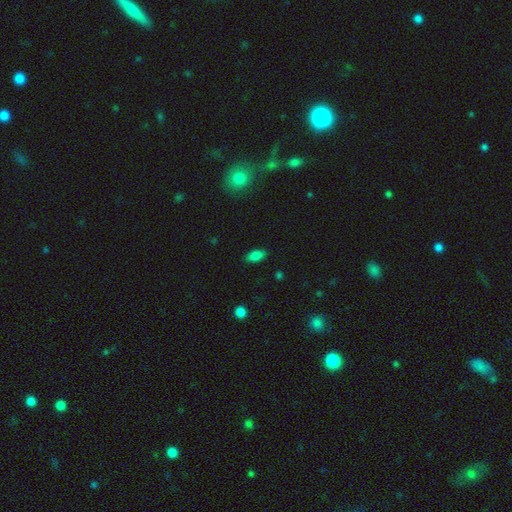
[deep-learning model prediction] Smooth or featured?
  - smooth: 84% *
  - star or artifact: 10%
  - featured or disk: 6%
How rounded?
  - in between: 91% *
  - cigar-shaped: 5%
  - round: 4%
Merging?
  - none: 87% *
  - minor disturbance: 10%
  - major disturbance: 2%
  - merger: 1%